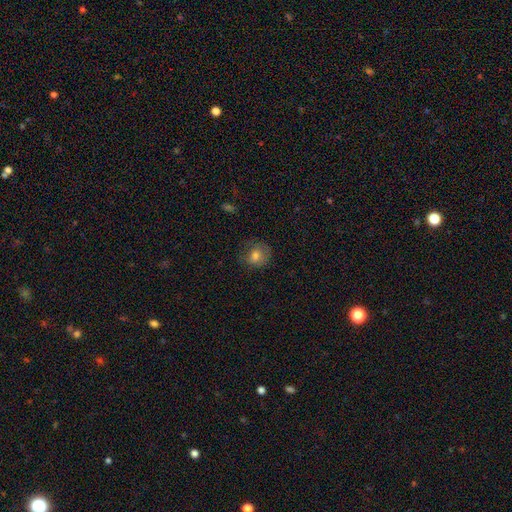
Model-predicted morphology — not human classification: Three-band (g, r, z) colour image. It shows a smooth galaxy with no disk features (73%) that is round (78%). Merging: none (67%).